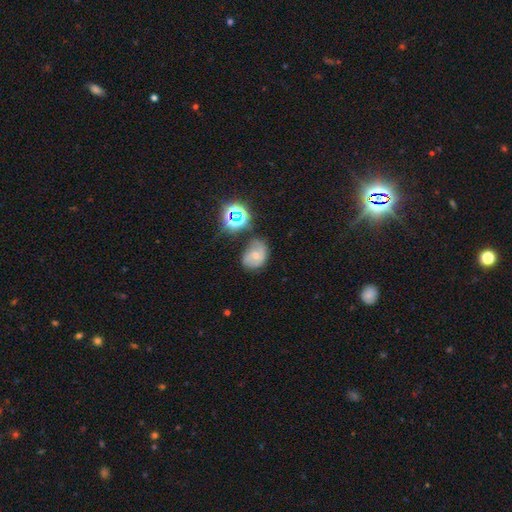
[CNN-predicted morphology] smooth-or-featured: smooth: 43% | featured or disk: 39% | star or artifact: 18%
  merging: none: 47% | minor disturbance: 33% | major disturbance: 13% | merger: 8%